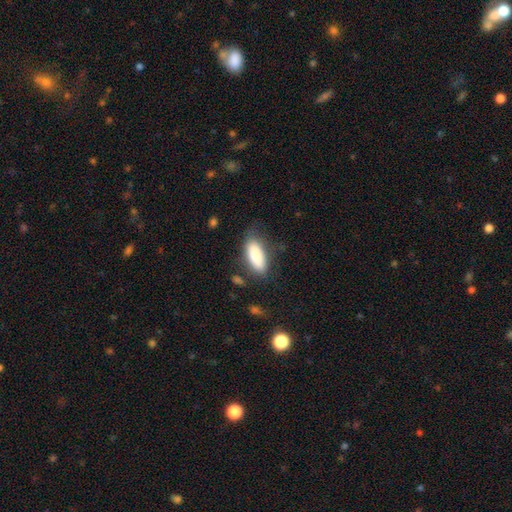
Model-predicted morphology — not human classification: A smooth galaxy with no disk features (86%) that is in between round and cigar-shaped (83%).

Vote fractions:
- Smooth or featured? smooth: 86% / featured or disk: 8% / star or artifact: 6%
- How rounded? in between: 83% / cigar-shaped: 15% / round: 2%
- Merging? none: 68% / minor disturbance: 21% / major disturbance: 8% / merger: 3%